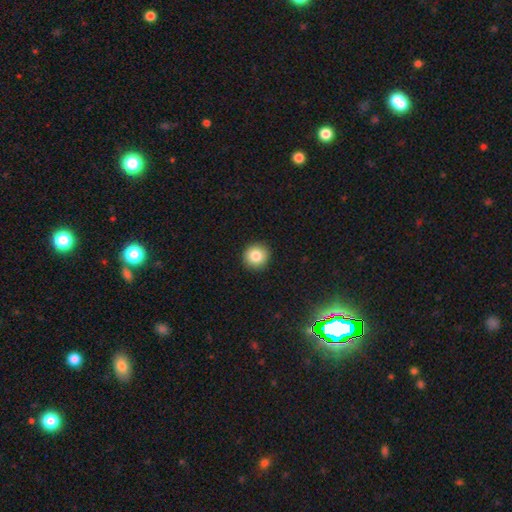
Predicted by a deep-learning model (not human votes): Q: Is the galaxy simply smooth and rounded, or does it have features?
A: smooth — 84%.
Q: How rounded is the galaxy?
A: round — 93%.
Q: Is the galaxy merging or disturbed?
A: none — 92%.